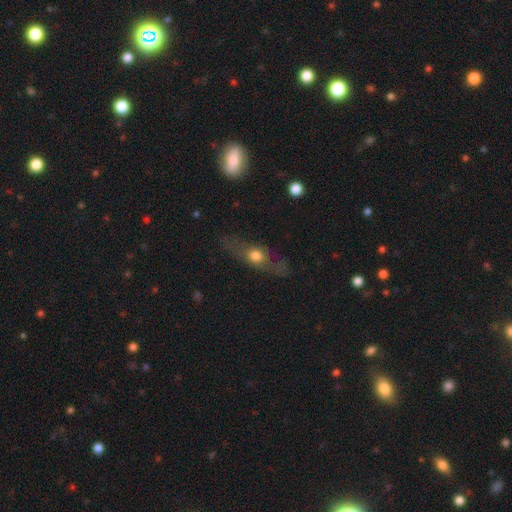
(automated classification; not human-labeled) A smooth galaxy with no disk features (46%).

Vote fractions:
- Smooth or featured? smooth: 46% / featured or disk: 45% / star or artifact: 10%
- Merging? none: 75% / minor disturbance: 15% / major disturbance: 8% / merger: 2%